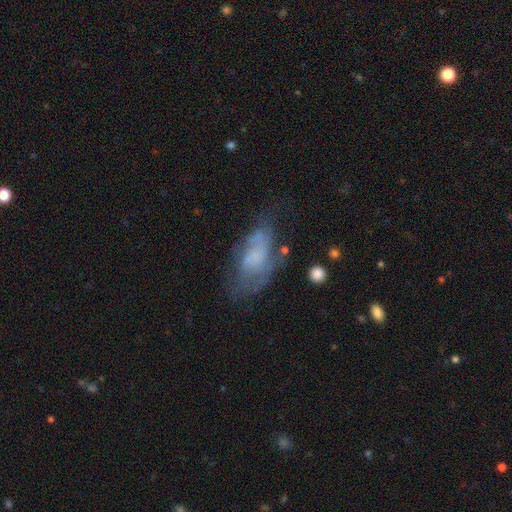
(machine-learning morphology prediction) A featured or disk galaxy (48%).

Vote fractions:
- Smooth or featured? featured or disk: 48% / smooth: 42% / star or artifact: 10%
- Merging? none: 44% / minor disturbance: 28% / major disturbance: 22% / merger: 5%